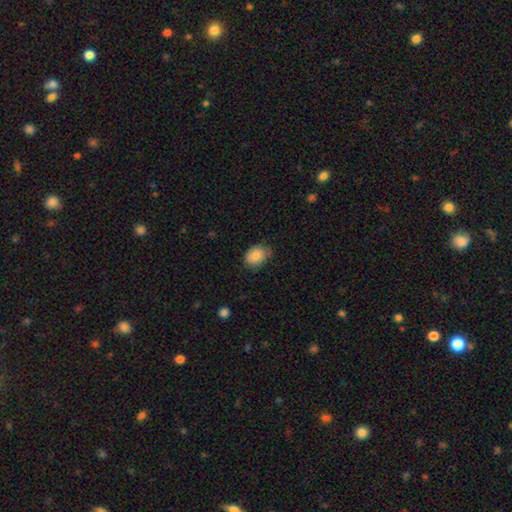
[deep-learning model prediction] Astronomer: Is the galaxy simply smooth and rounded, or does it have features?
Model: smooth — 85%.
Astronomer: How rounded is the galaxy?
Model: in between — 68%.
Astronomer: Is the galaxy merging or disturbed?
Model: none — 69%.